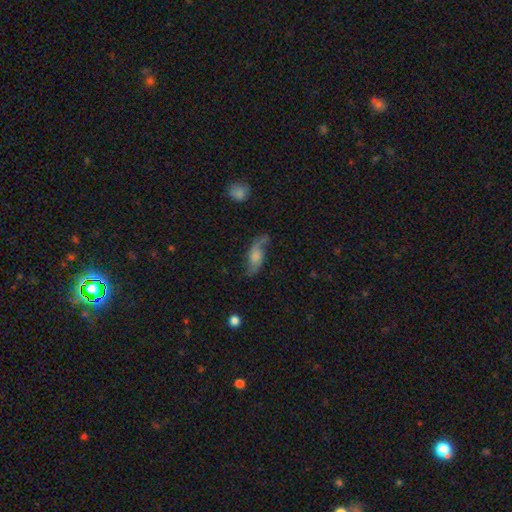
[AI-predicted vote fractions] Smooth or featured?
  - featured or disk: 62% *
  - smooth: 30%
  - star or artifact: 8%
Edge-on disk?
  - no: 88% *
  - yes: 12%
Bar?
  - no: 64% *
  - weak: 29%
  - strong: 7%
Spiral arms?
  - yes: 90% *
  - no: 10%
Bulge size?
  - none: 29% *
  - large: 23%
  - moderate: 23%
  - small: 20%
  - dominant: 5%
Merging?
  - none: 57% *
  - minor disturbance: 23%
  - major disturbance: 17%
  - merger: 3%